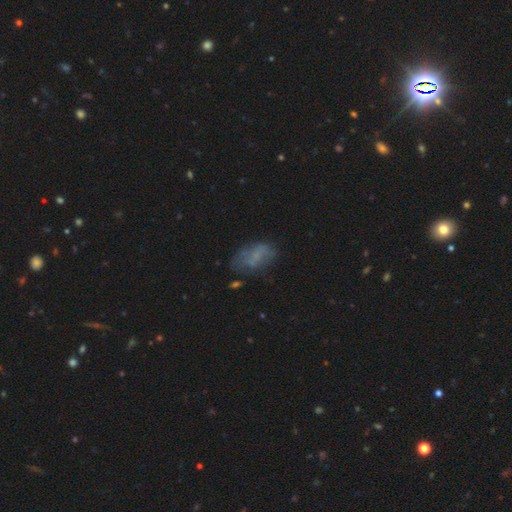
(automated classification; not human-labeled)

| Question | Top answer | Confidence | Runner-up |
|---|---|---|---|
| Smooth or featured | smooth | 51% | featured or disk (37%) |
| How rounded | in between | 89% | round (7%) |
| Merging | none | 52% | minor disturbance (26%) |